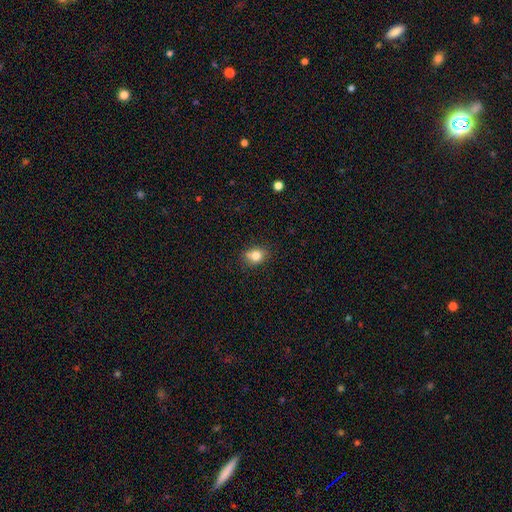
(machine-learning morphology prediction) Overall: smooth (80%). How rounded: round (54%; in between 45%). Merging: none (70%).